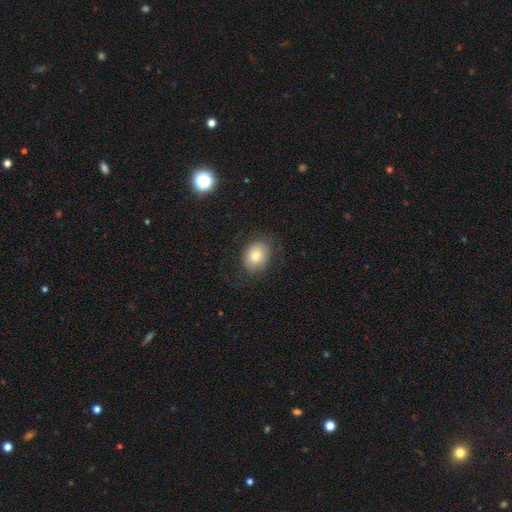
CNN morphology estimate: A smooth galaxy with no disk features (77%) that is in between round and cigar-shaped (58%).

Vote fractions:
- Smooth or featured? smooth: 77% / featured or disk: 14% / star or artifact: 9%
- How rounded? in between: 58% / round: 41% / cigar-shaped: 1%
- Merging? none: 75% / minor disturbance: 17% / major disturbance: 7% / merger: 1%